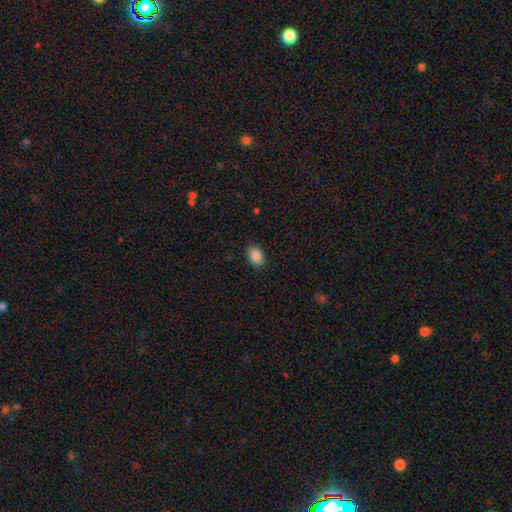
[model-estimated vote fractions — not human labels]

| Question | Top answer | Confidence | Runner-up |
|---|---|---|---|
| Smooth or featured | smooth | 89% | star or artifact (8%) |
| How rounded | in between | 82% | round (17%) |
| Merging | none | 88% | minor disturbance (8%) |